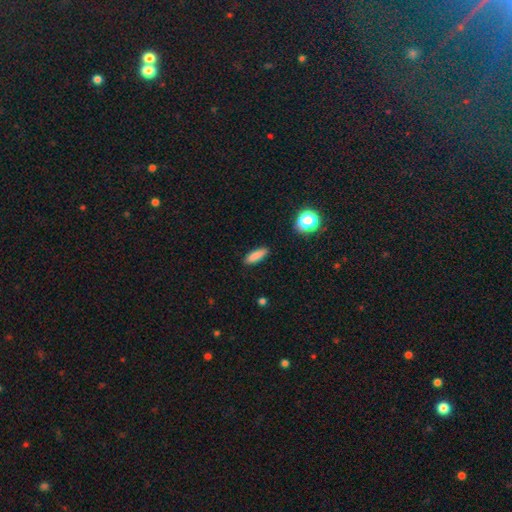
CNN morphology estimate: Overall: smooth (83%). How rounded: cigar-shaped (53%; in between 44%). Merging: none (87%).